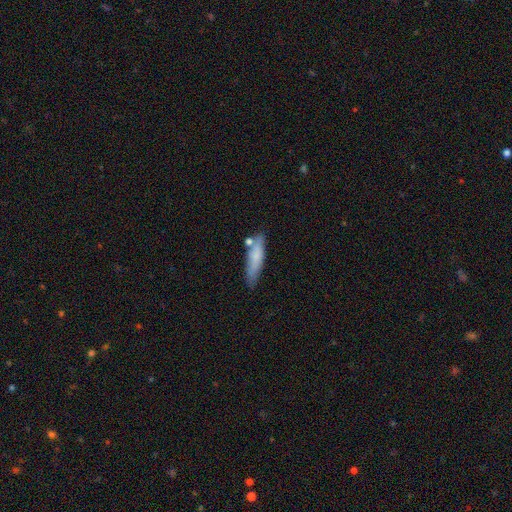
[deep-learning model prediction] smooth_or_featured: smooth (p=0.70) [alt: featured or disk p=0.23]
how_rounded: cigar-shaped (p=0.74) [alt: in between p=0.24]
merging: none (p=0.68) [alt: minor disturbance p=0.18]